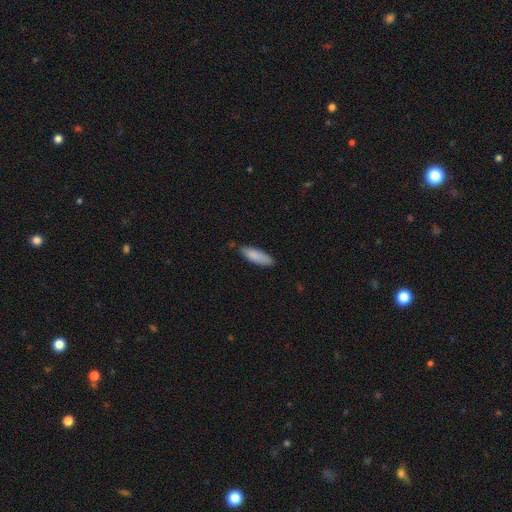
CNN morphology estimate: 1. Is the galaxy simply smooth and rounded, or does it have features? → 86% smooth, 8% featured or disk, 6% star or artifact.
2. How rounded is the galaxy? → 59% in between, 39% cigar-shaped, 2% round.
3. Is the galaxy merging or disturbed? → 79% none, 17% minor disturbance, 2% major disturbance, 2% merger.